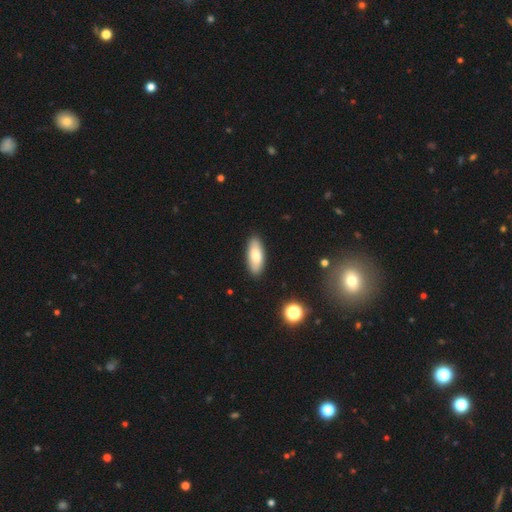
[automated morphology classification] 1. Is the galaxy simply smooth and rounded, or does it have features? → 80% smooth, 14% featured or disk, 6% star or artifact.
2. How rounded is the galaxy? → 78% in between, 20% cigar-shaped, 2% round.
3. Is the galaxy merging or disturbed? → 88% none, 9% minor disturbance, 2% major disturbance, 1% merger.